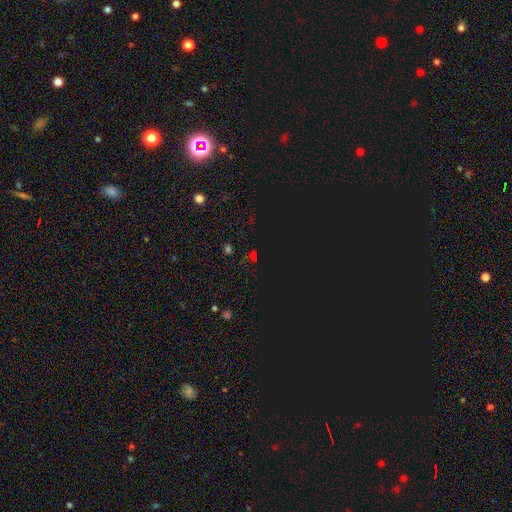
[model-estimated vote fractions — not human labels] Q: Smooth or featured?
A: star or artifact (74%); runner-up: smooth (17%)